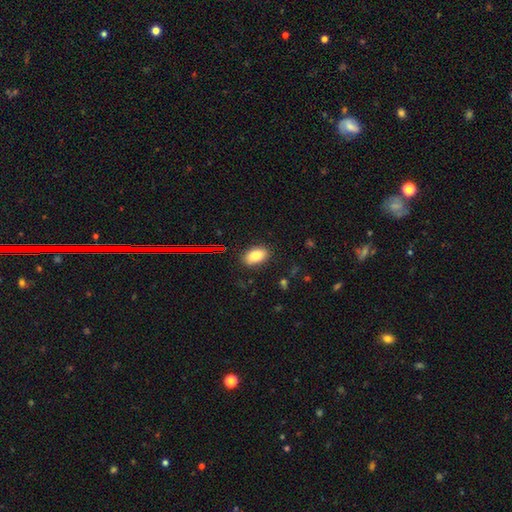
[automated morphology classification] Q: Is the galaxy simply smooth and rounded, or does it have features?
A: smooth — 83%.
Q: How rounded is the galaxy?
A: in between — 91%.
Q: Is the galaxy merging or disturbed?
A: none — 86%.